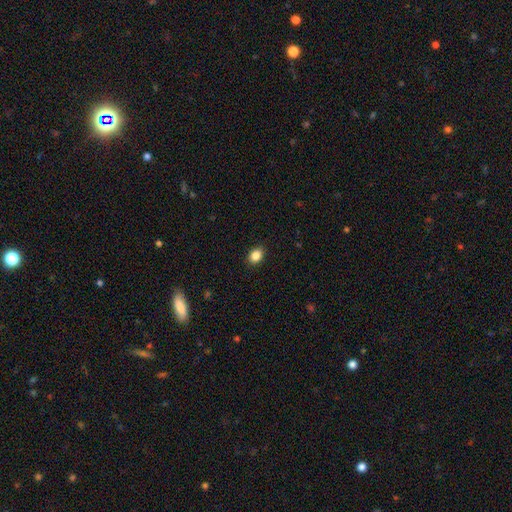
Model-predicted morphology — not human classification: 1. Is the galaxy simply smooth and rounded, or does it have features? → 86% smooth, 9% star or artifact, 5% featured or disk.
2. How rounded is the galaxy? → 67% in between, 32% round, 1% cigar-shaped.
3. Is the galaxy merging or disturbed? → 90% none, 7% minor disturbance, 2% major disturbance, 1% merger.